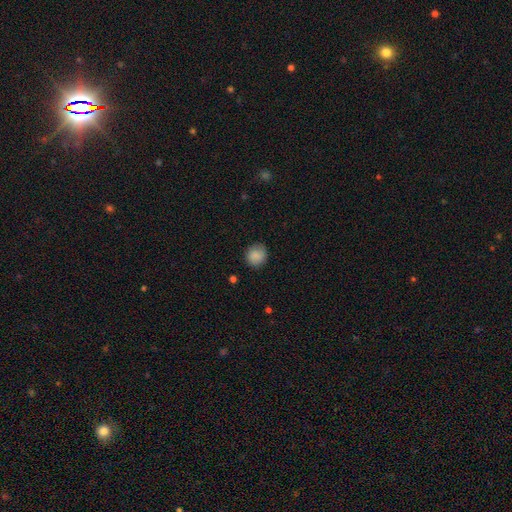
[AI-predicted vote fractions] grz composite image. It shows a smooth galaxy with no disk features (88%) that is round (88%). Merging: none (86%).